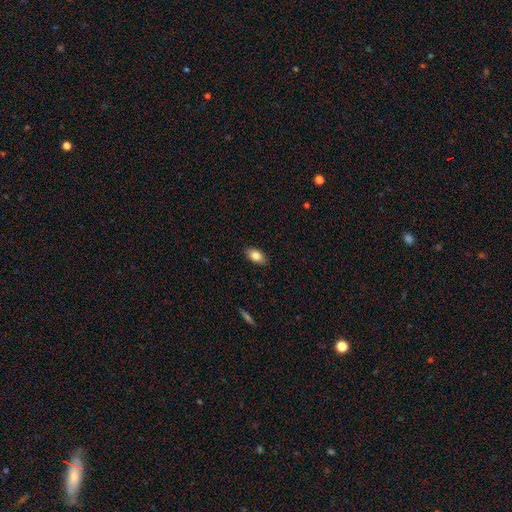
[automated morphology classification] Overall: smooth (83%). How rounded: in between (90%). Merging: none (88%).